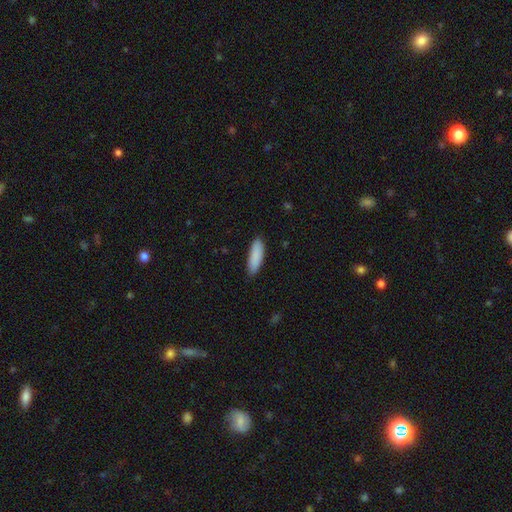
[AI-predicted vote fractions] Q: Smooth or featured?
A: smooth (89%); runner-up: star or artifact (6%)
Q: How rounded?
A: cigar-shaped (51%); runner-up: in between (47%)
Q: Merging?
A: none (86%); runner-up: minor disturbance (11%)